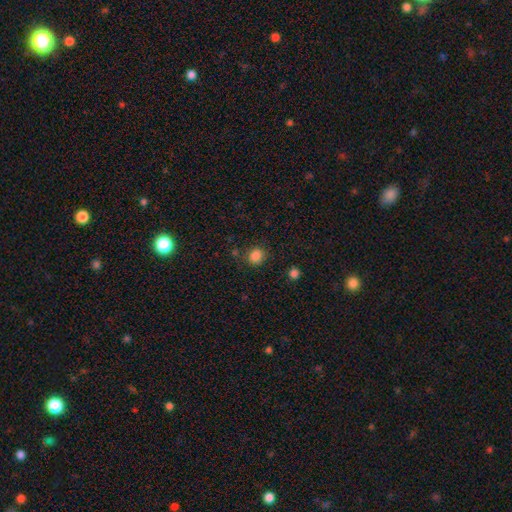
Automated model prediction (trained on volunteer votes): Morphology: type=smooth (84%); roundness=round (78%); merging=none (82%).